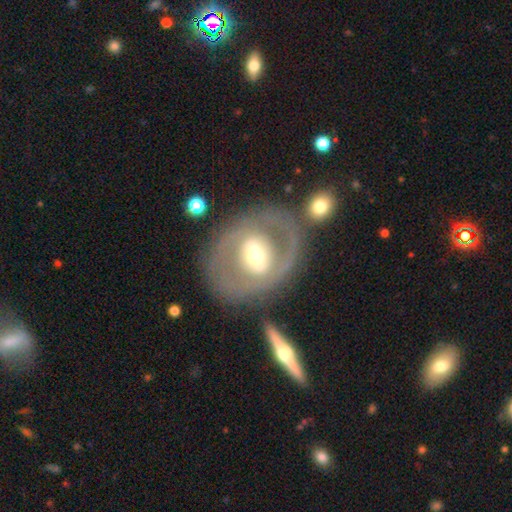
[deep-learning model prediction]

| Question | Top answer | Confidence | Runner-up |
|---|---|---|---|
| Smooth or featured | featured or disk | 68% | smooth (25%) |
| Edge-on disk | no | 93% | yes (7%) |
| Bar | weak | 35% | strong (33%) |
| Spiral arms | no | 64% | yes (36%) |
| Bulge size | moderate | 61% | small (21%) |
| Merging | none | 70% | minor disturbance (13%) |